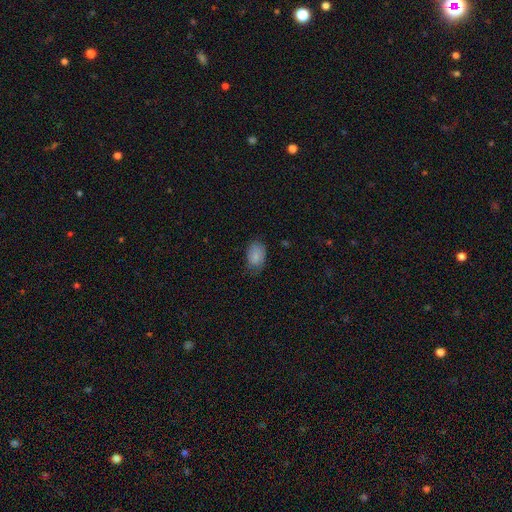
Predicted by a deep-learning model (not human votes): This appears to be a smooth galaxy with no disk features (79%) that is in between round and cigar-shaped (87%). Merging: none (58%).